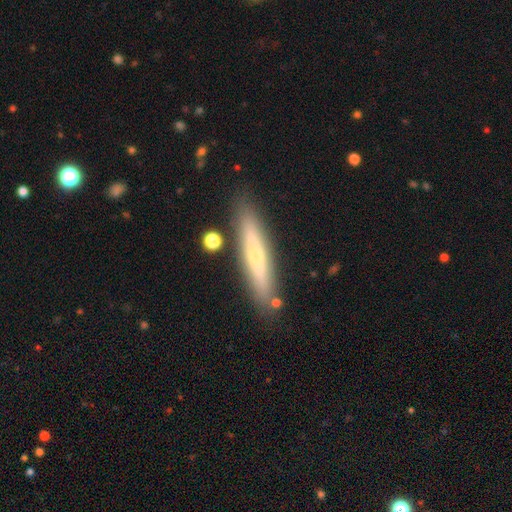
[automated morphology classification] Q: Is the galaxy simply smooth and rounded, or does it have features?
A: featured or disk — 48%.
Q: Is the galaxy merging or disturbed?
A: none — 85%.